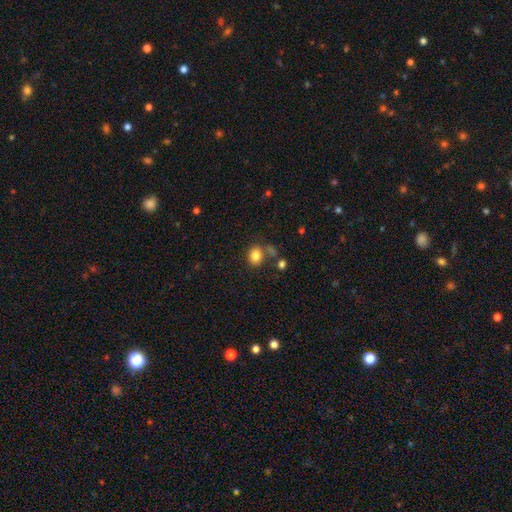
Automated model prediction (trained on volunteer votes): This appears to be a smooth galaxy with no disk features (82%) that is round (59%). Merging: none (69%).